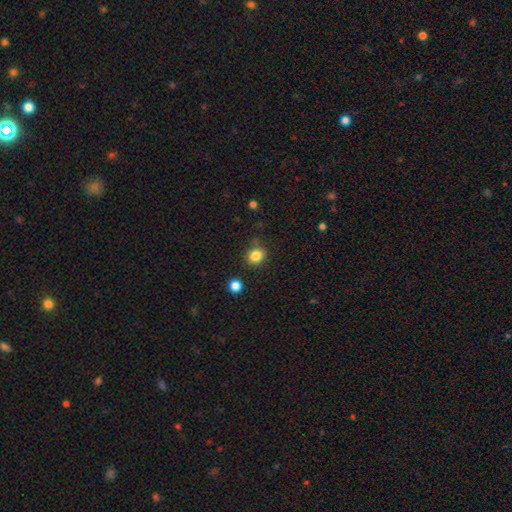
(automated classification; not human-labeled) Smooth or featured? smooth (84%)
How rounded? round (69%)
Merging? none (75%)